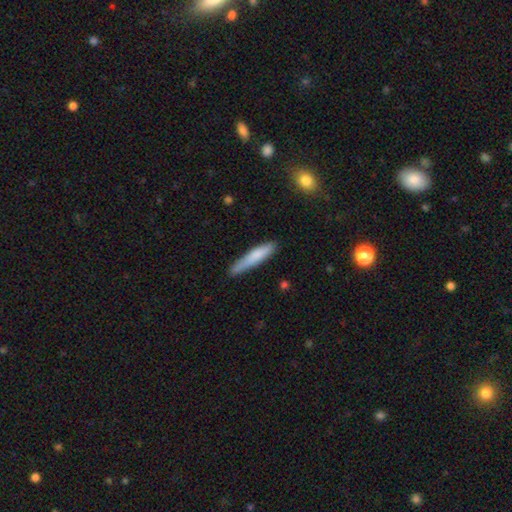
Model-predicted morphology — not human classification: smooth 75%, featured or disk 19%, star or artifact 6%. Down the decision tree: how rounded — cigar-shaped (90%); merging — none (73%).